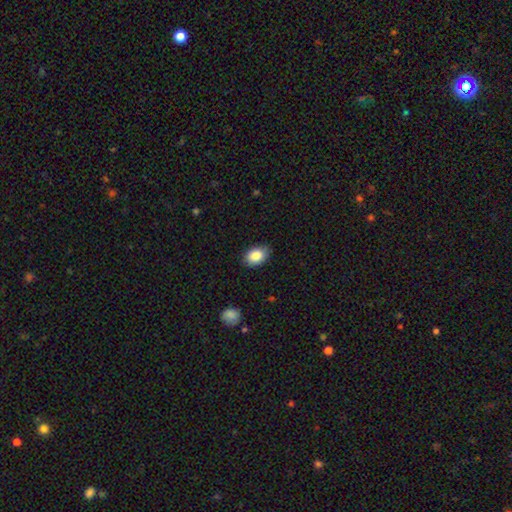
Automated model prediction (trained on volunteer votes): A smooth galaxy with no disk features (87%) that is in between round and cigar-shaped (80%). Merging: none (81%).